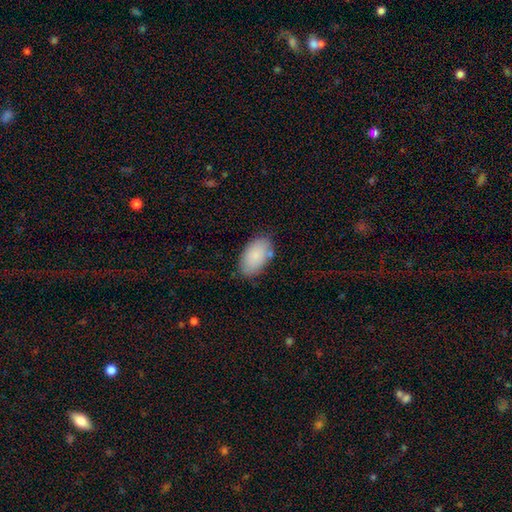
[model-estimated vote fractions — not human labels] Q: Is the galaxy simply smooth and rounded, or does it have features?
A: smooth — 85%.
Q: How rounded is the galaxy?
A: in between — 95%.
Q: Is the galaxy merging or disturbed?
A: none — 79%.